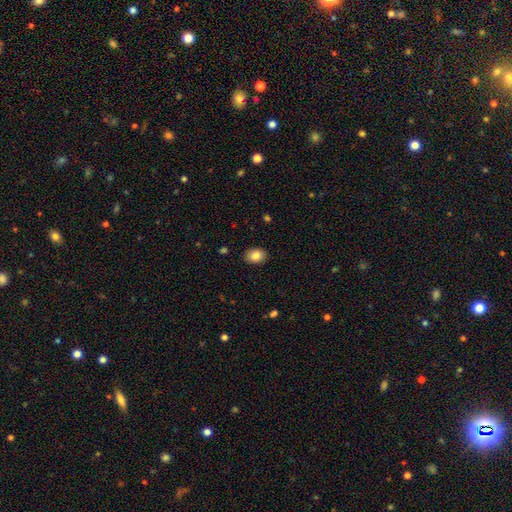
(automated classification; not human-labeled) A smooth galaxy with no disk features (84%) that is in between round and cigar-shaped (73%).

Vote fractions:
- Smooth or featured? smooth: 84% / star or artifact: 8% / featured or disk: 8%
- How rounded? in between: 73% / round: 26% / cigar-shaped: 1%
- Merging? none: 89% / minor disturbance: 8% / major disturbance: 2% / merger: 1%